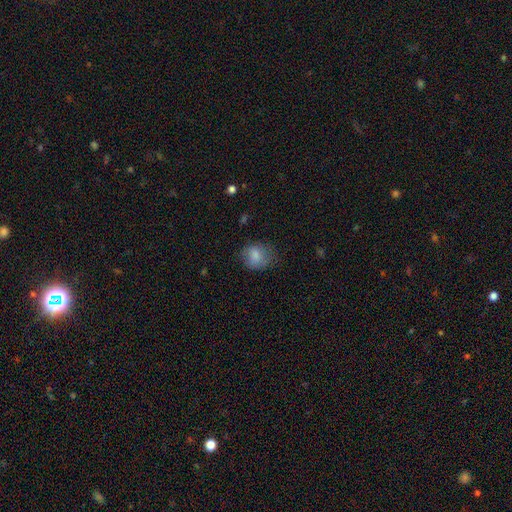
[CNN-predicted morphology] This appears to be a smooth galaxy with no disk features (81%) that is round (63%). Merging: none (64%).